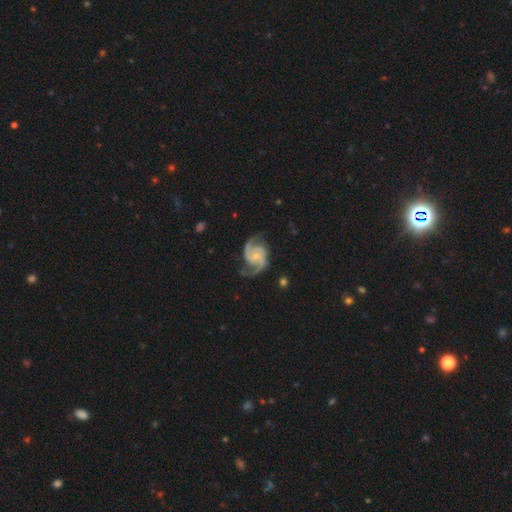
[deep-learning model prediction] The model was most divided on "bar": no: 61%, weak: 31%, strong: 8%. More confident: spiral arms — yes (99%); edge-on disk — no (98%); smooth or featured — featured or disk (93%); spiral arm count — 2 (80%); merging — none (74%); bulge size — small (67%); spiral winding — medium (61%).